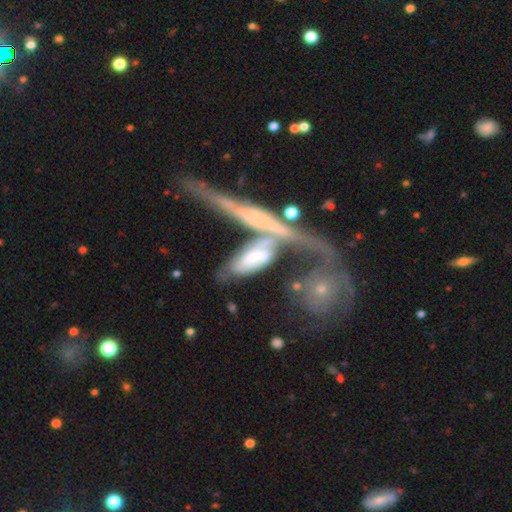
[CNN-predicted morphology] This appears to be a featured or disk galaxy (53%). Merging: merger (50%).